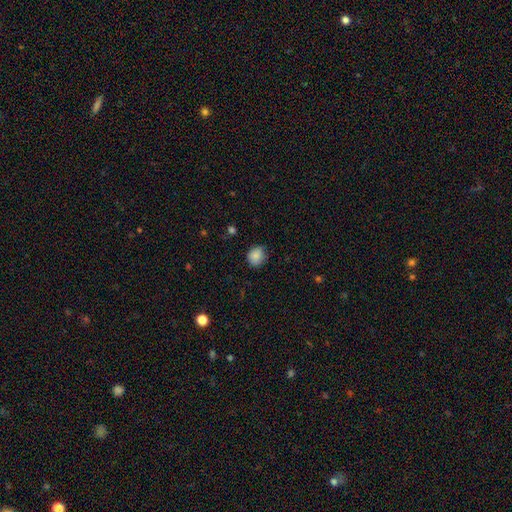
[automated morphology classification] Overall: smooth (85%). How rounded: round (66%; in between 33%). Merging: none (73%).